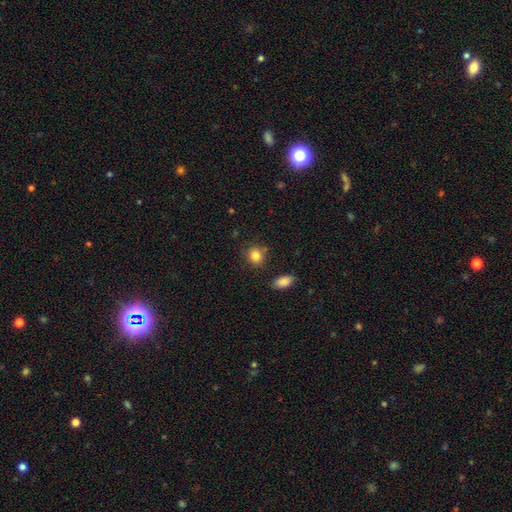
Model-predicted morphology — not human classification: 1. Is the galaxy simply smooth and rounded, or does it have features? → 84% smooth, 9% star or artifact, 6% featured or disk.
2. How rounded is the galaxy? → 69% round, 30% in between, 1% cigar-shaped.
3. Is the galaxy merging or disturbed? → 77% none, 14% minor disturbance, 6% merger, 4% major disturbance.